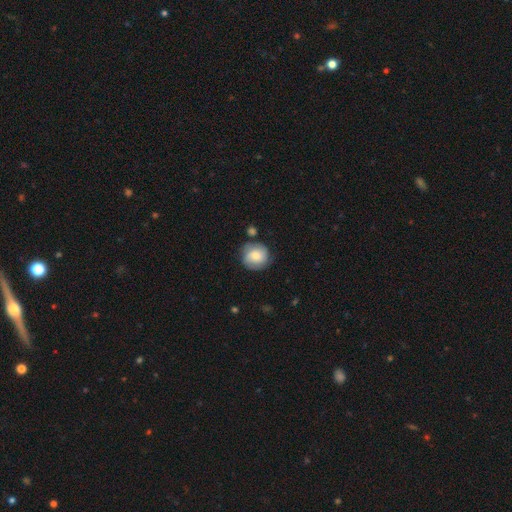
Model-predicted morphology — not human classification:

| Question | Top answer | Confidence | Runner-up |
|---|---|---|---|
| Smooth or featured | smooth | 54% | featured or disk (38%) |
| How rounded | round | 87% | in between (12%) |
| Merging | none | 73% | minor disturbance (17%) |